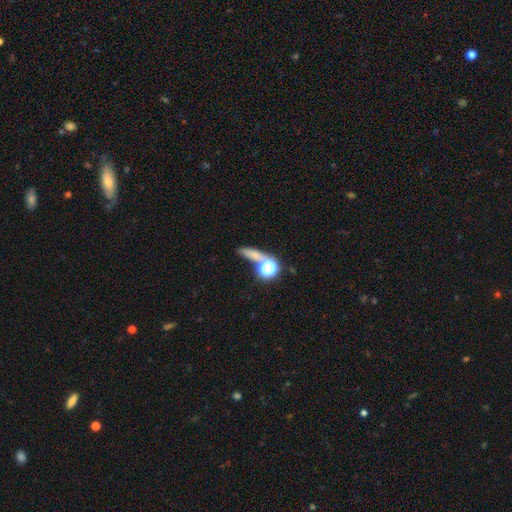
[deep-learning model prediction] smooth_or_featured: smooth (p=0.60) [alt: star or artifact p=0.25]
how_rounded: cigar-shaped (p=0.41) [alt: round p=0.32]
merging: none (p=0.58) [alt: merger p=0.22]